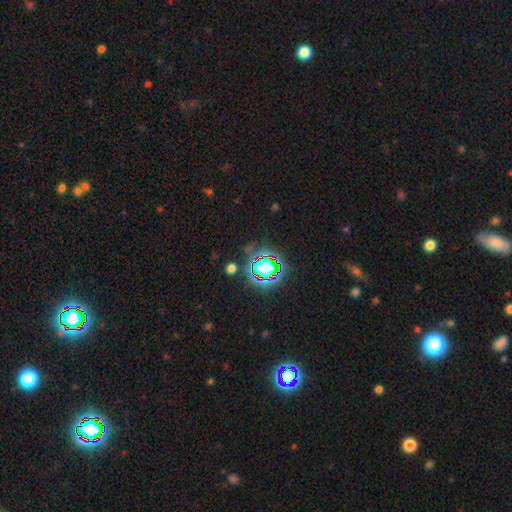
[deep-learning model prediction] Smooth or featured: star or artifact — 79% (smooth — 13%)